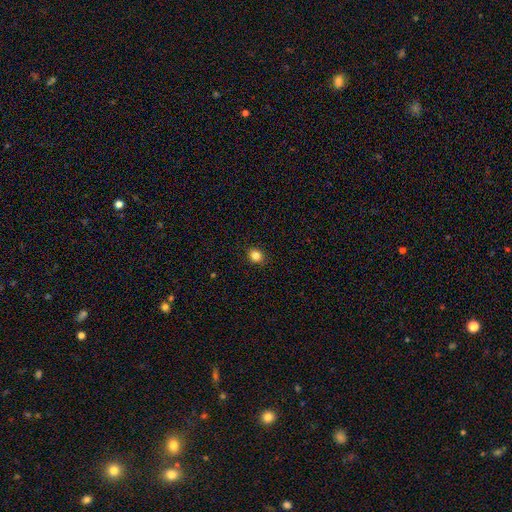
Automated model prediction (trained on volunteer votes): Smooth or featured?
  - smooth: 84% *
  - star or artifact: 12%
  - featured or disk: 4%
How rounded?
  - round: 82% *
  - in between: 17%
  - cigar-shaped: 1%
Merging?
  - none: 90% *
  - minor disturbance: 7%
  - major disturbance: 2%
  - merger: 1%